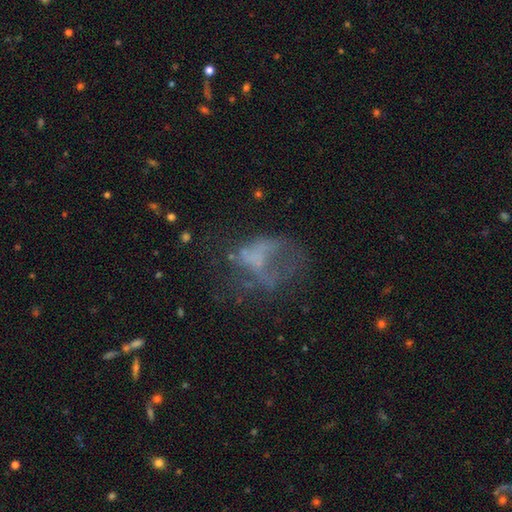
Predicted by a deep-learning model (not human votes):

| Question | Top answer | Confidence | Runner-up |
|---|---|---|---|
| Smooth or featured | featured or disk | 49% | smooth (30%) |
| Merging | major disturbance | 46% | none (32%) |